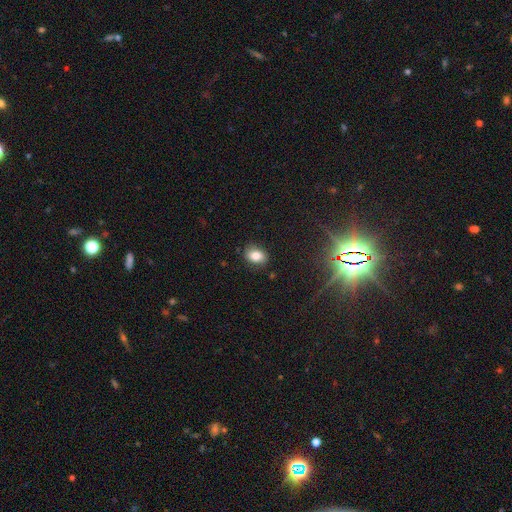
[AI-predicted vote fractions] Smooth or featured? smooth (81%)
How rounded? in between (72%)
Merging? none (84%)